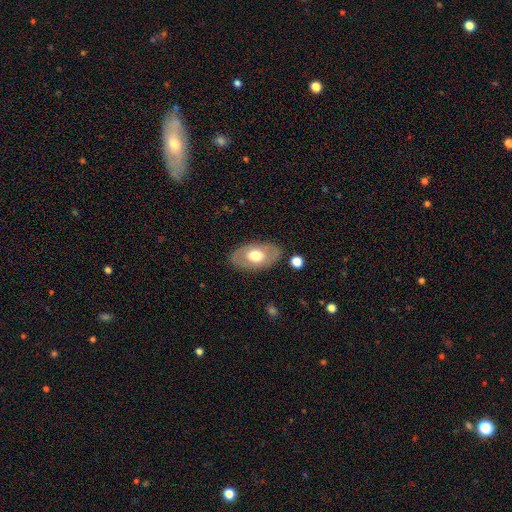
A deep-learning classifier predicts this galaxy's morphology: Smooth or featured? smooth (55%)
How rounded? in between (90%)
Merging? none (83%)